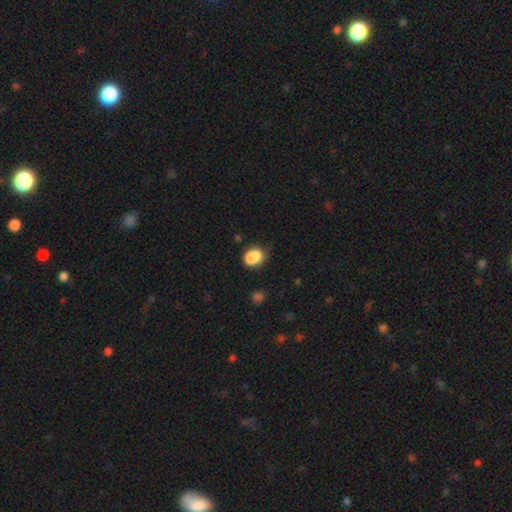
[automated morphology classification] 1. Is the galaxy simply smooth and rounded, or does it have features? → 82% smooth, 9% star or artifact, 9% featured or disk.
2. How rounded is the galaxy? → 63% in between, 36% round, 1% cigar-shaped.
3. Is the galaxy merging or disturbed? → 50% none, 26% minor disturbance, 16% merger, 8% major disturbance.